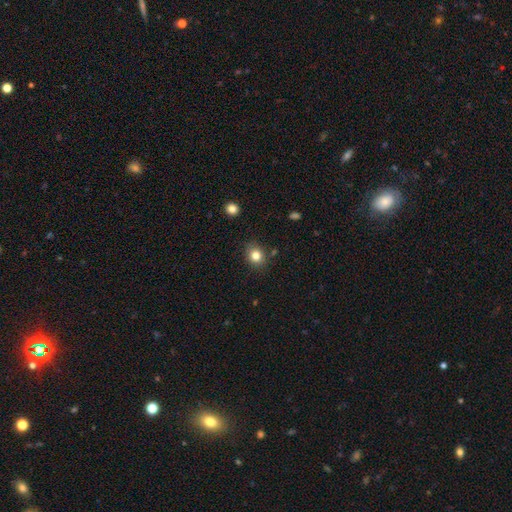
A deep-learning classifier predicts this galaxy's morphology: smooth_or_featured: smooth (p=0.82) [alt: star or artifact p=0.11]
how_rounded: round (p=0.63) [alt: in between p=0.36]
merging: none (p=0.84) [alt: minor disturbance p=0.11]